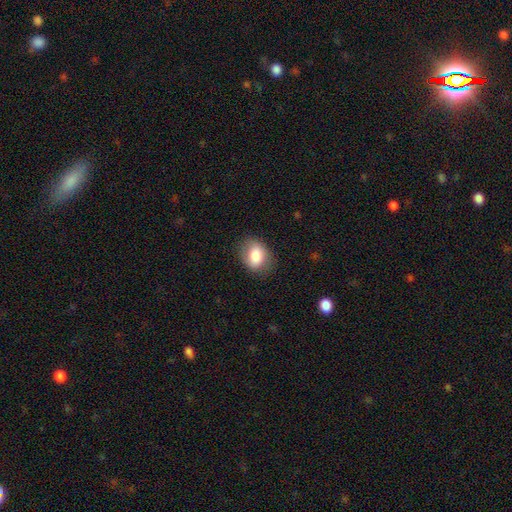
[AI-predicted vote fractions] This appears to be a smooth galaxy with no disk features (80%) that is in between round and cigar-shaped (70%). Merging: none (77%).